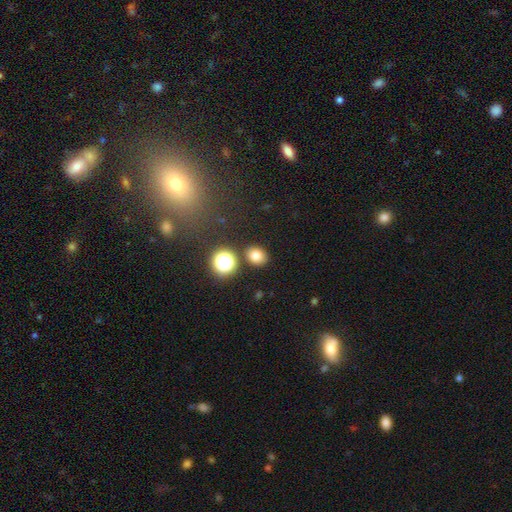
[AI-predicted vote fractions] smooth 78%, star or artifact 15%, featured or disk 7%. Down the decision tree: how rounded — round (53%); merging — none (83%).